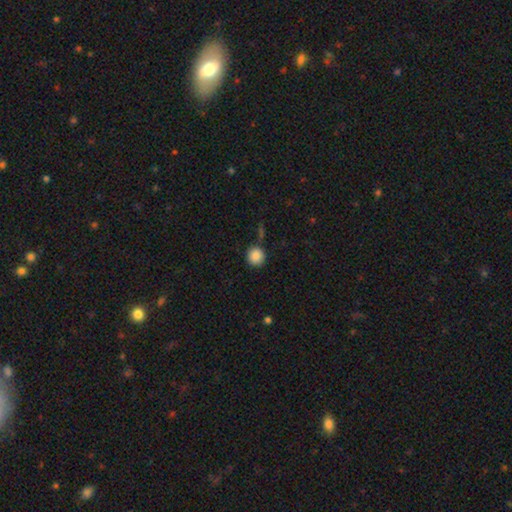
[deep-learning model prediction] A smooth galaxy with no disk features (88%) that is round (93%). Merging: none (80%).